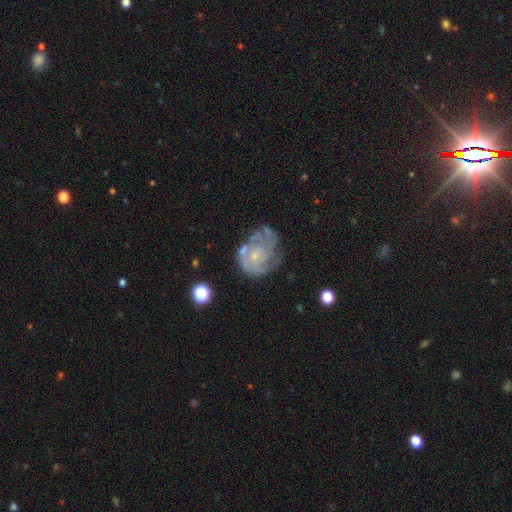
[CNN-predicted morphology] Smooth or featured? featured or disk (77%)
Edge-on disk? no (98%)
Bar? no (77%)
Spiral arms? yes (83%)
Spiral winding? tight (58%)
Spiral arm count? can't tell (41%)
Bulge size? small (70%)
Merging? none (49%)